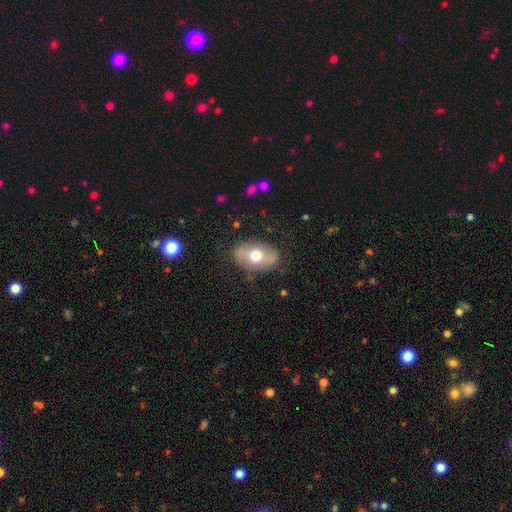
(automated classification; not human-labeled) smooth_or_featured: smooth (p=0.58) [alt: featured or disk p=0.35]
how_rounded: in between (p=0.85) [alt: round p=0.13]
merging: none (p=0.79) [alt: minor disturbance p=0.15]